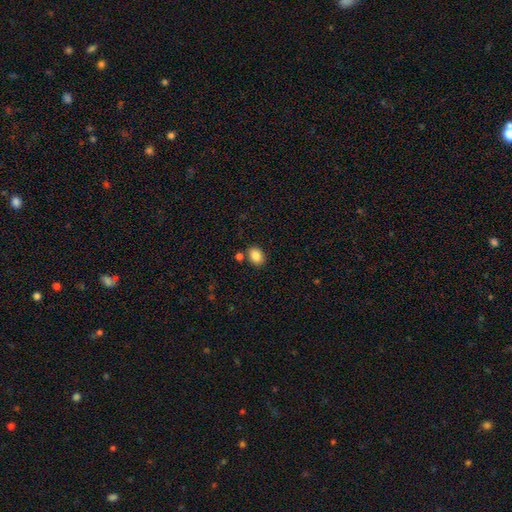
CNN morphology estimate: smooth_or_featured: smooth (p=0.86) [alt: star or artifact p=0.09]
how_rounded: in between (p=0.69) [alt: round p=0.30]
merging: none (p=0.78) [alt: minor disturbance p=0.11]